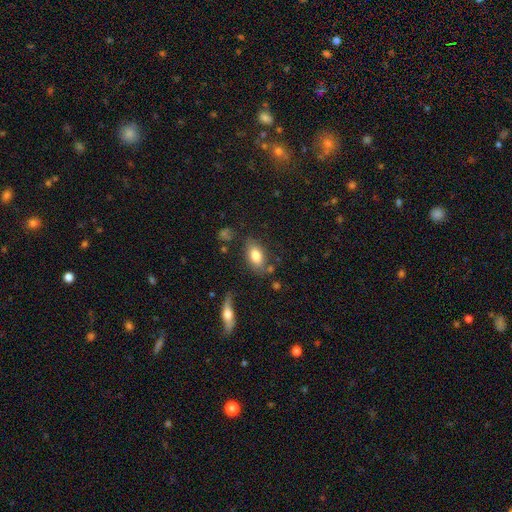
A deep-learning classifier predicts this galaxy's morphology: smooth 79%, featured or disk 14%, star or artifact 7%. Down the decision tree: how rounded — in between (89%); merging — none (74%).